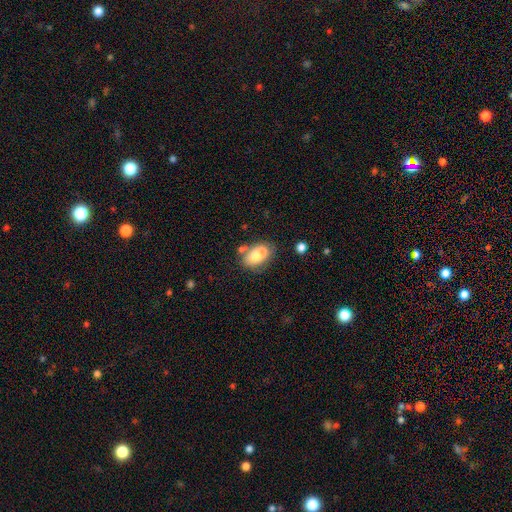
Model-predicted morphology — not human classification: smooth-or-featured: smooth: 66% | featured or disk: 25% | star or artifact: 9%
  how-rounded: in between: 79% | round: 19% | cigar-shaped: 2%
  merging: merger: 42% | none: 38% | minor disturbance: 14% | major disturbance: 6%